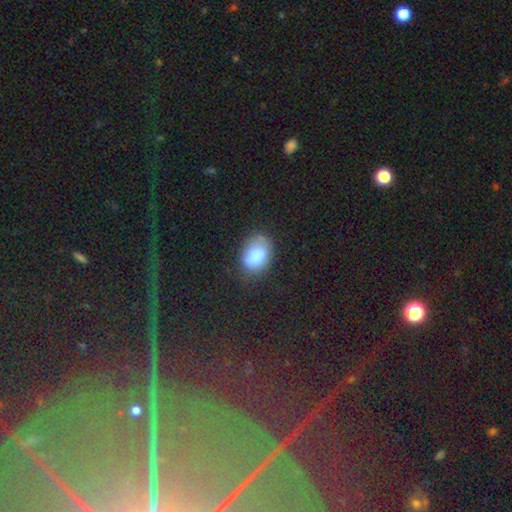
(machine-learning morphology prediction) A smooth galaxy with no disk features (85%) that is in between round and cigar-shaped (83%). Merging: none (73%).